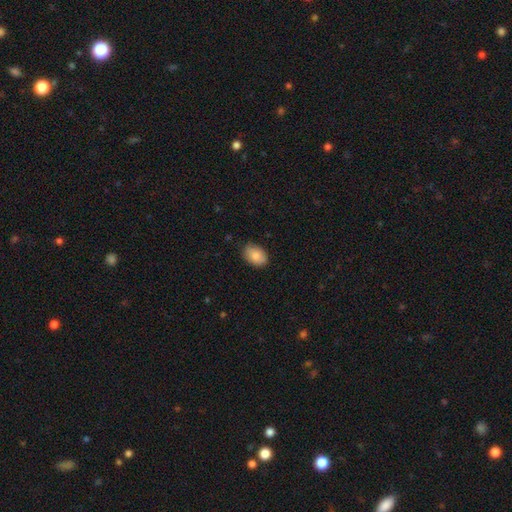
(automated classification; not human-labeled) smooth-or-featured: smooth: 86% | featured or disk: 7% | star or artifact: 7%
  how-rounded: in between: 85% | round: 14% | cigar-shaped: 1%
  merging: none: 79% | minor disturbance: 17% | major disturbance: 3% | merger: 1%